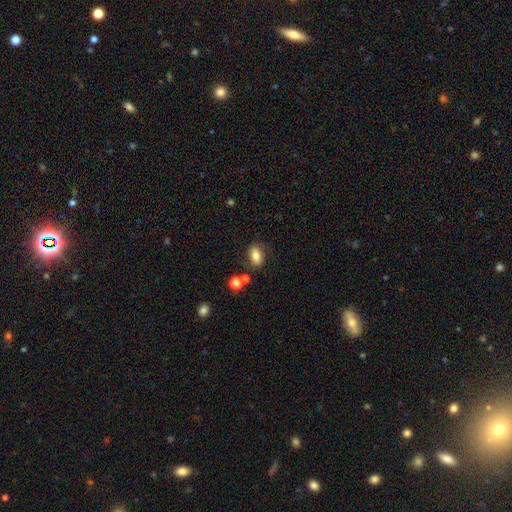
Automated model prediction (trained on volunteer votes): This is likely a smooth galaxy (78%). How rounded: clearly in between (84%). Merging: likely none (76%).